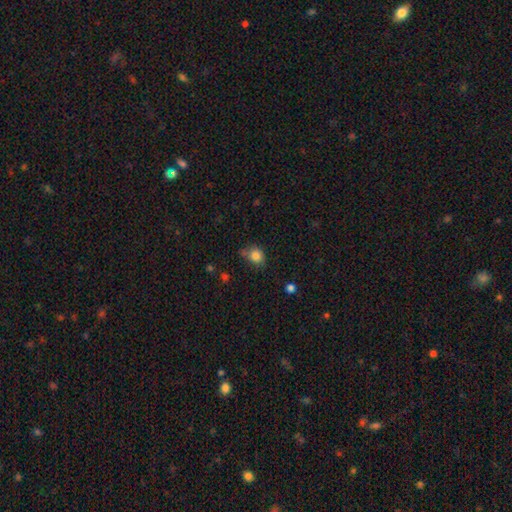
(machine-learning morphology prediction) Smooth or featured? Predicted: smooth (p=0.83). How rounded? Predicted: round (p=0.66). Merging? Predicted: none (p=0.60).